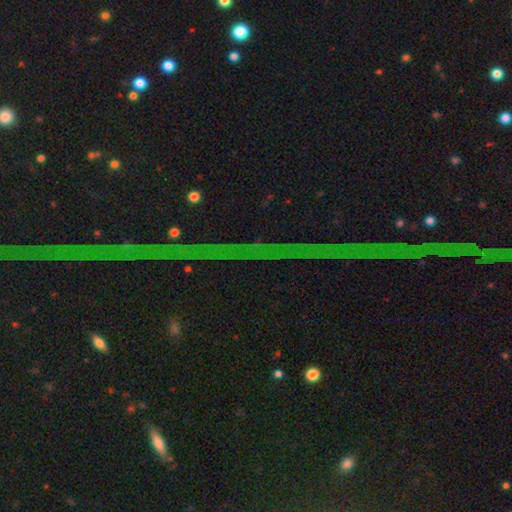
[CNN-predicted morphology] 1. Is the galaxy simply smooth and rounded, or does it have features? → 81% star or artifact, 12% featured or disk, 7% smooth.